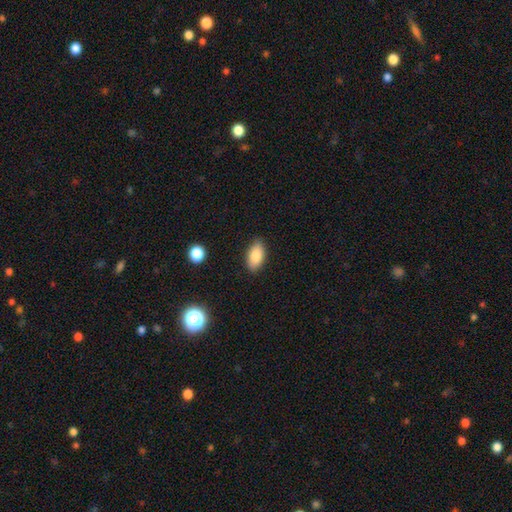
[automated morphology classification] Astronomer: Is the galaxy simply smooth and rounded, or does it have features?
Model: smooth — 86%.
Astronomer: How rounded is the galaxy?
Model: in between — 92%.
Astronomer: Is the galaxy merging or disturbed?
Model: none — 86%.